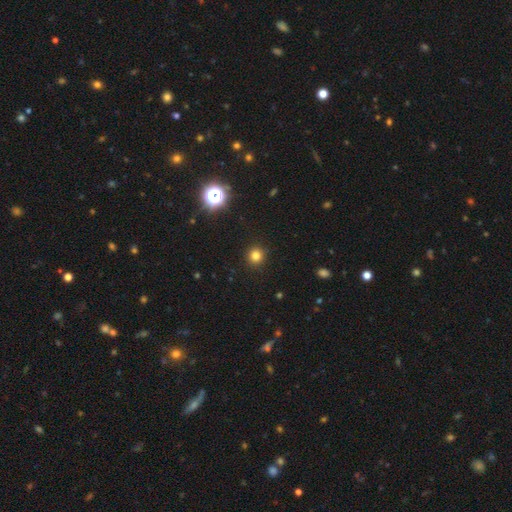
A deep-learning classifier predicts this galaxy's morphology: Smooth or featured? Predicted: smooth (p=0.79). How rounded? Predicted: round (p=0.93). Merging? Predicted: none (p=0.92).